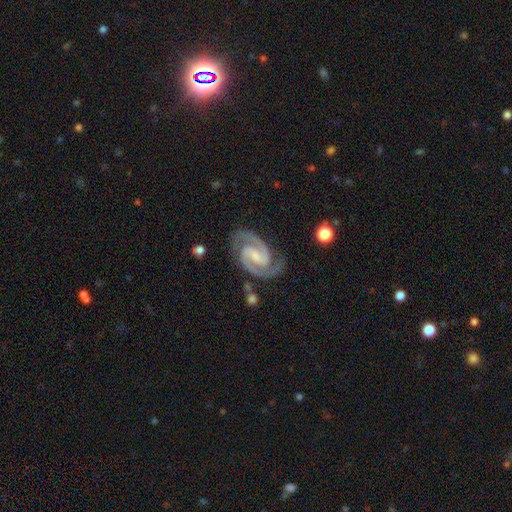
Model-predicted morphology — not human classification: type=featured or disk (94%); edge-on=no (98%); bar=weak (48%); spiral arms=yes (99%); winding=medium (52%); arm count=2 (94%); bulge=small (43%); merging=none (83%).